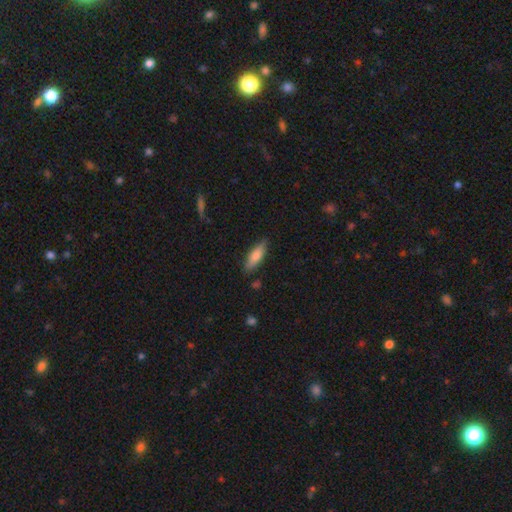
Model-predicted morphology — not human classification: smooth_or_featured: smooth (p=0.74) [alt: featured or disk p=0.20]
how_rounded: in between (p=0.53) [alt: cigar-shaped p=0.45]
merging: none (p=0.81) [alt: minor disturbance p=0.15]